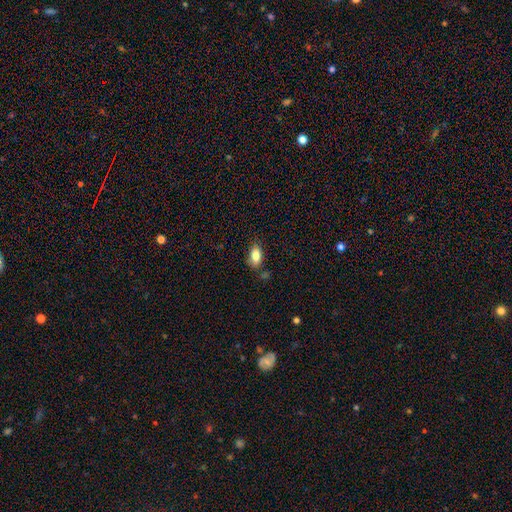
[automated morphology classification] Overall: smooth (84%). How rounded: in between (89%). Merging: none (73%).